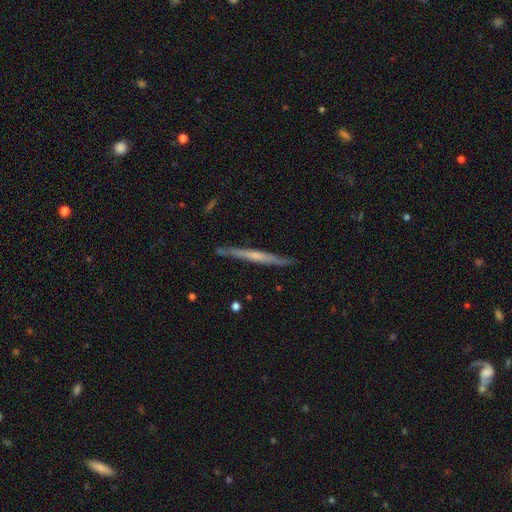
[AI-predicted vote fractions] smooth-or-featured: featured or disk: 63% | smooth: 32% | star or artifact: 6%
  disk-edge-on: yes: 96% | no: 4%
    edge-on-bulge: none: 60% | rounded: 31% | boxy: 9%
  merging: none: 86% | minor disturbance: 10% | major disturbance: 2% | merger: 1%